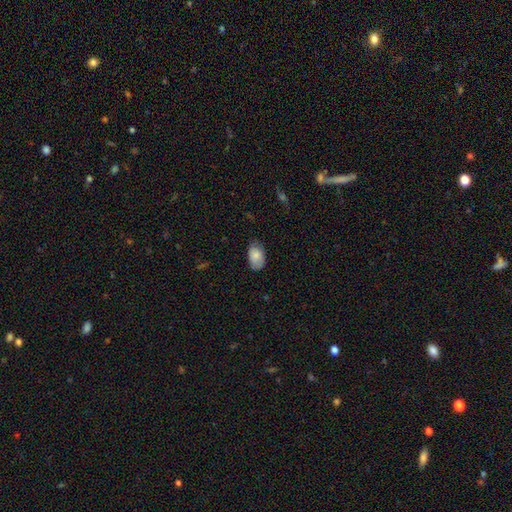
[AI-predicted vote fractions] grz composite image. It shows a smooth galaxy with no disk features (81%) that is in between round and cigar-shaped (92%). Merging: none (69%).